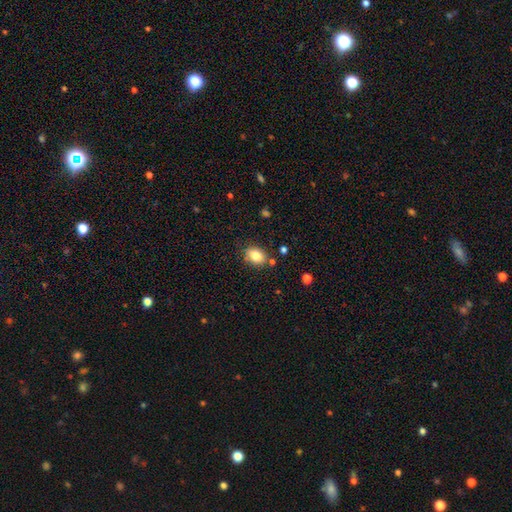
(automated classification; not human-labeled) Smooth or featured: smooth — 82% (star or artifact — 9%)
How rounded: in between — 69% (round — 30%)
Merging: none — 79% (minor disturbance — 13%)